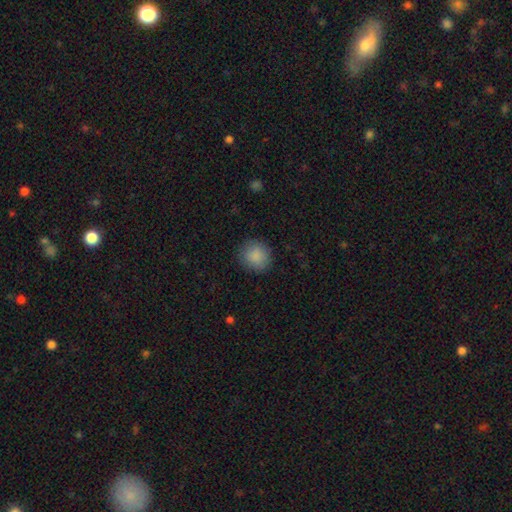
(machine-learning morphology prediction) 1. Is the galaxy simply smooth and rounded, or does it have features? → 88% smooth, 8% star or artifact, 4% featured or disk.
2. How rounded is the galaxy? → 88% round, 11% in between, 1% cigar-shaped.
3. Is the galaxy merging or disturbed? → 88% none, 9% minor disturbance, 3% major disturbance, 1% merger.